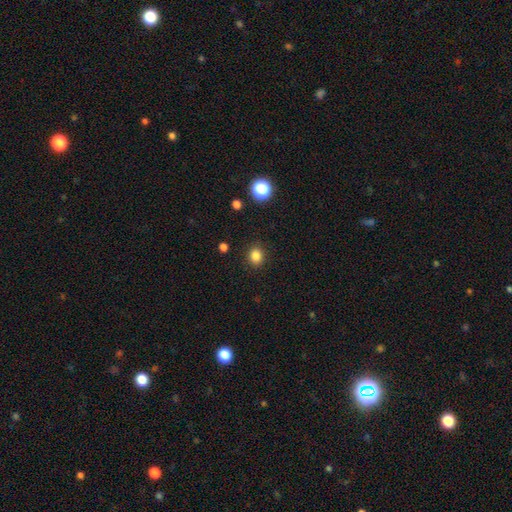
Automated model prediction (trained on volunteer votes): This appears to be a smooth galaxy with no disk features (84%) that is round (70%). Merging: none (89%).